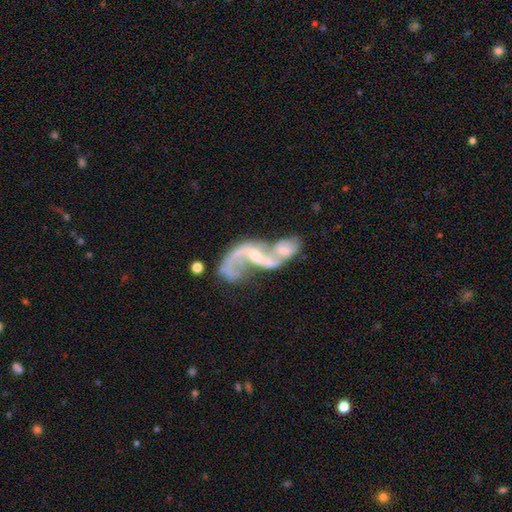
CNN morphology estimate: featured or disk 80%, smooth 11%, star or artifact 8%. Down the decision tree: edge-on disk — no (95%); bar — no (45%); spiral arms — yes (78%); spiral arm count — 2 (70%); spiral winding — loose (84%); bulge size — small (41%); merging — merger (65%).